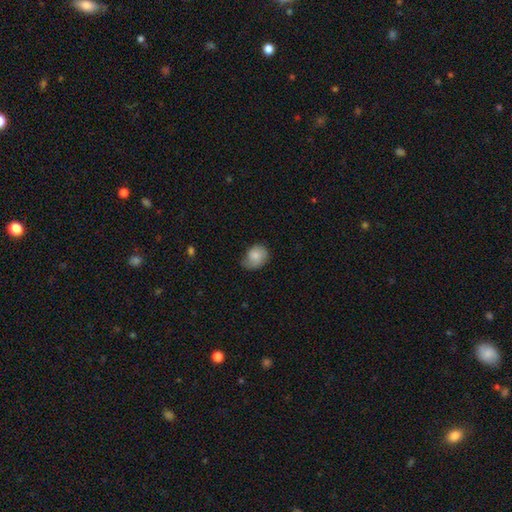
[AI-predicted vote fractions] smooth_or_featured: smooth (p=0.78) [alt: featured or disk p=0.15]
how_rounded: in between (p=0.55) [alt: round p=0.44]
merging: none (p=0.50) [alt: minor disturbance p=0.38]